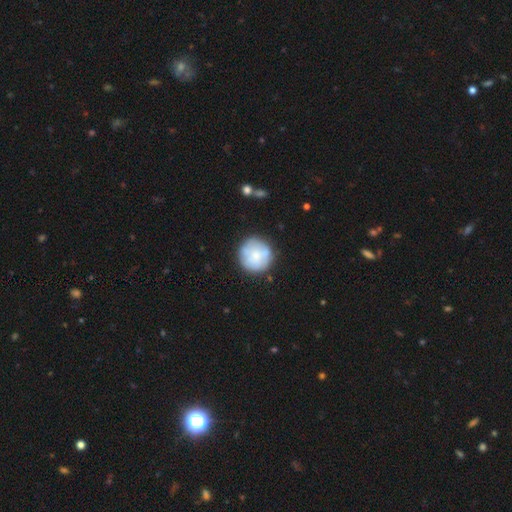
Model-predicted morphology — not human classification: smooth-or-featured: smooth: 62% | featured or disk: 31% | star or artifact: 7%
  how-rounded: round: 94% | in between: 5% | cigar-shaped: 1%
  merging: none: 77% | minor disturbance: 14% | major disturbance: 5% | merger: 3%